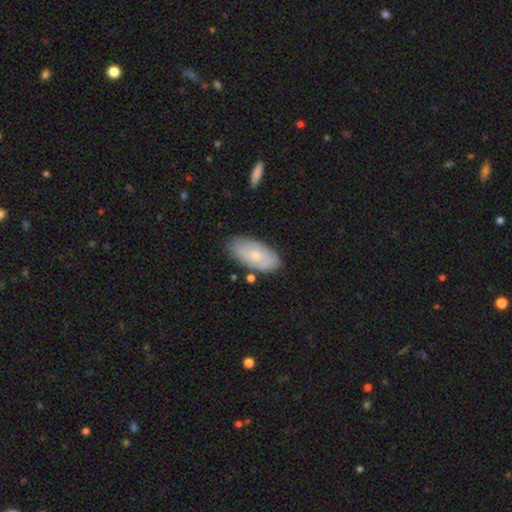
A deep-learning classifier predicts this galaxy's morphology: A smooth galaxy with no disk features (66%) that is in between round and cigar-shaped (92%). Merging: none (76%).